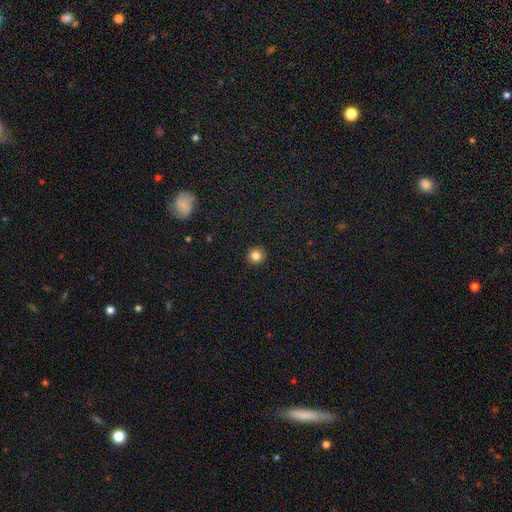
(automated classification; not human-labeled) smooth_or_featured: smooth (p=0.83) [alt: star or artifact p=0.12]
how_rounded: round (p=0.95) [alt: in between p=0.04]
merging: none (p=0.93) [alt: minor disturbance p=0.04]